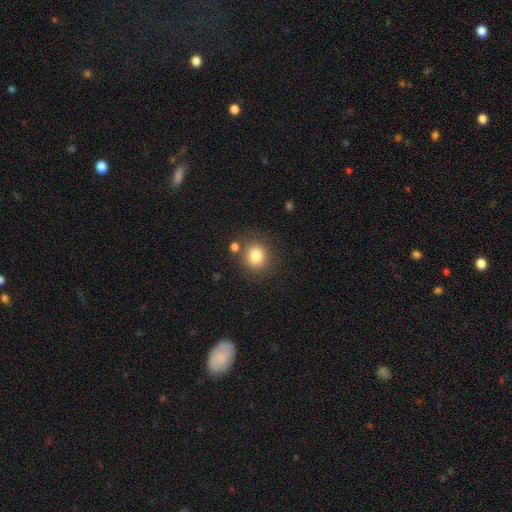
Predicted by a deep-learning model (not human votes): A smooth galaxy with no disk features (82%) that is round (80%). Merging: none (78%).